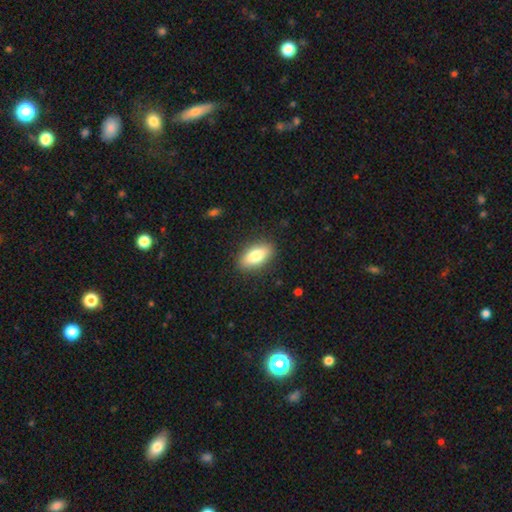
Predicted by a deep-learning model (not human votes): A smooth galaxy with no disk features (78%) that is in between round and cigar-shaped (86%).

Vote fractions:
- Smooth or featured? smooth: 78% / featured or disk: 15% / star or artifact: 7%
- How rounded? in between: 86% / cigar-shaped: 10% / round: 4%
- Merging? none: 88% / minor disturbance: 9% / major disturbance: 2% / merger: 1%